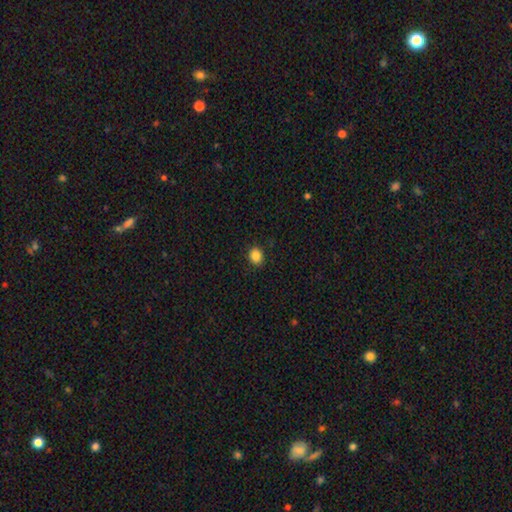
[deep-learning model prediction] A smooth galaxy with no disk features (86%) that is round (61%). Merging: none (90%).